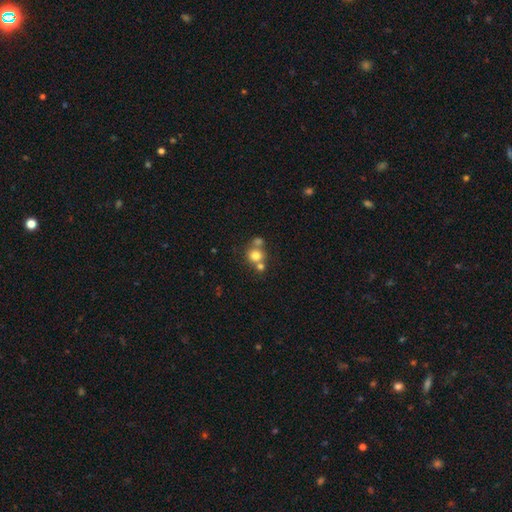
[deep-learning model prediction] A smooth galaxy with no disk features (74%) that is round (85%).

Vote fractions:
- Smooth or featured? smooth: 74% / featured or disk: 13% / star or artifact: 13%
- How rounded? round: 85% / in between: 14% / cigar-shaped: 1%
- Merging? none: 46% / merger: 42% / minor disturbance: 8% / major disturbance: 4%